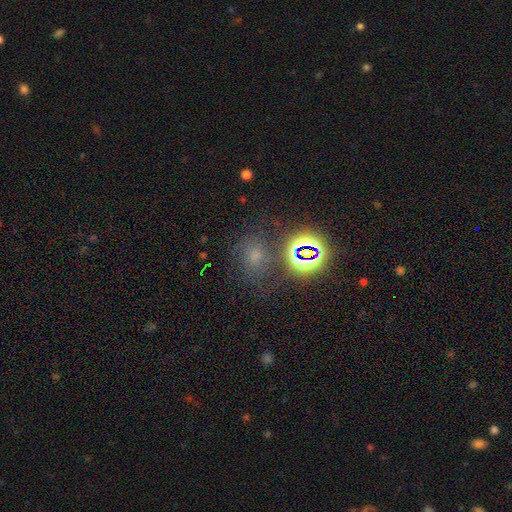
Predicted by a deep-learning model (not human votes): Overall: smooth (52%; star or artifact 37%). How rounded: round (54%; in between 44%). Merging: none (65%).